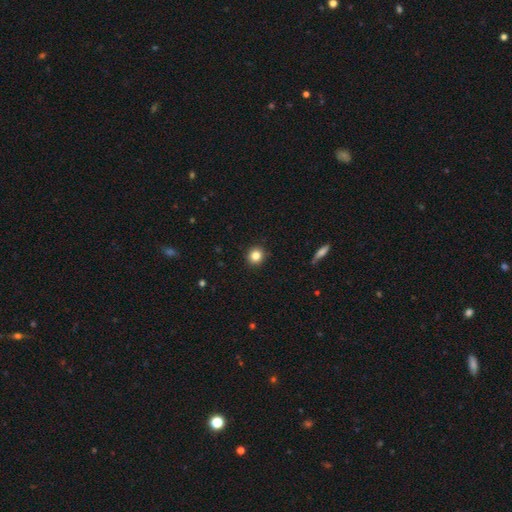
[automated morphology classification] Q: Smooth or featured?
A: smooth (83%); runner-up: star or artifact (11%)
Q: How rounded?
A: round (91%); runner-up: in between (8%)
Q: Merging?
A: none (92%); runner-up: minor disturbance (5%)